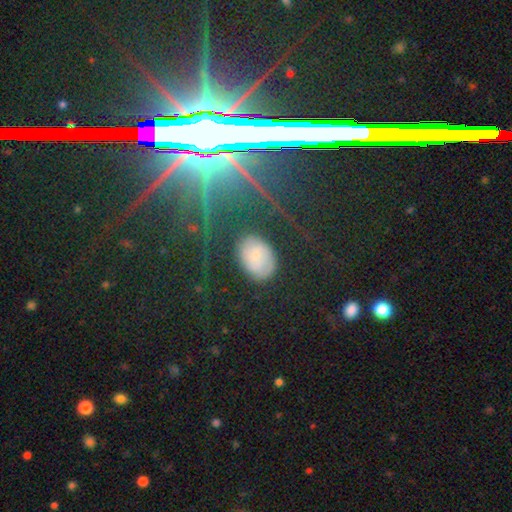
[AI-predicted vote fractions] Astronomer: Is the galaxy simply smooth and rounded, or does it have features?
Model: smooth — 52% (runner-up: star or artifact, 31%).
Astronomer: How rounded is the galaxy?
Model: in between — 83%.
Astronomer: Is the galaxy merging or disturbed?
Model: none — 79%.